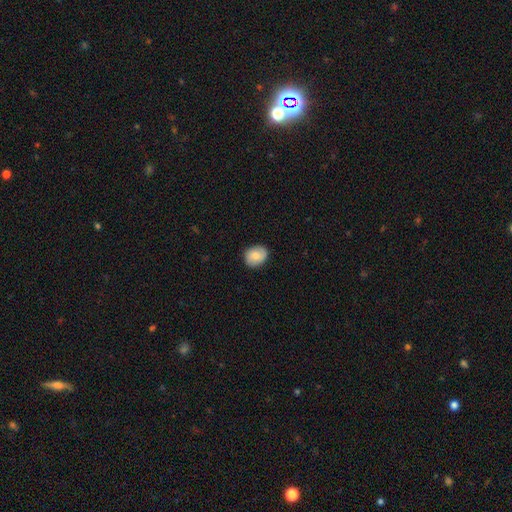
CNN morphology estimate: smooth-or-featured: smooth: 78% | featured or disk: 15% | star or artifact: 7%
  how-rounded: in between: 51% | round: 48% | cigar-shaped: 1%
  merging: none: 86% | minor disturbance: 11% | major disturbance: 2% | merger: 1%